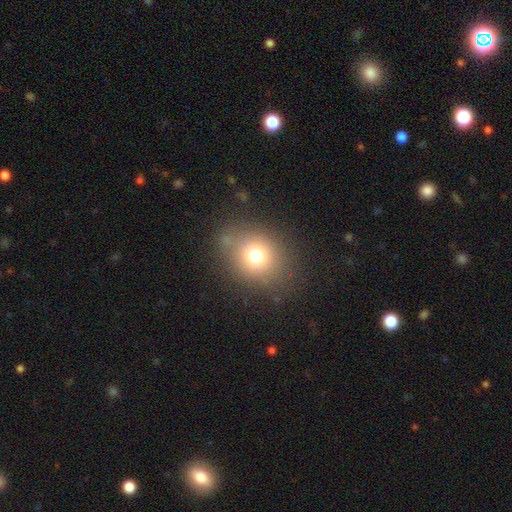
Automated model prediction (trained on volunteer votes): Smooth or featured?
  - smooth: 72% *
  - star or artifact: 16%
  - featured or disk: 12%
How rounded?
  - round: 69% *
  - in between: 30%
  - cigar-shaped: 1%
Merging?
  - none: 79% *
  - minor disturbance: 13%
  - major disturbance: 6%
  - merger: 2%